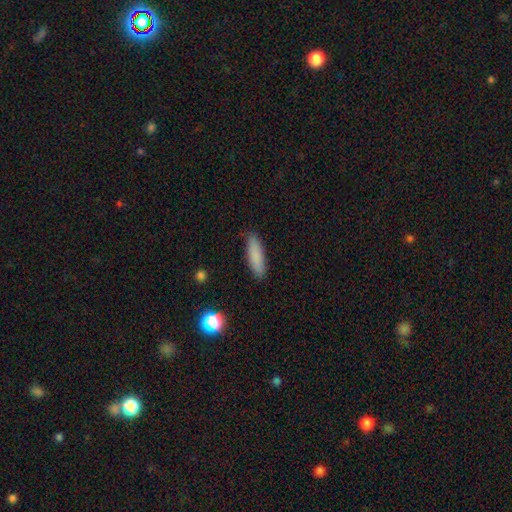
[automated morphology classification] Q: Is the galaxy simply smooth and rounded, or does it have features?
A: smooth — 84%.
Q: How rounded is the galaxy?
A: cigar-shaped — 67%.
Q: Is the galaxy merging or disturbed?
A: none — 87%.